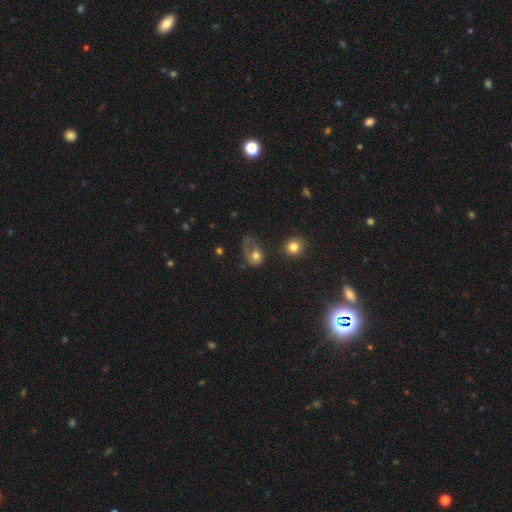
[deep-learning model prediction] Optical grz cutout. It shows a smooth galaxy with no disk features (58%) that is in between round and cigar-shaped (58%). Merging: major disturbance (56%).